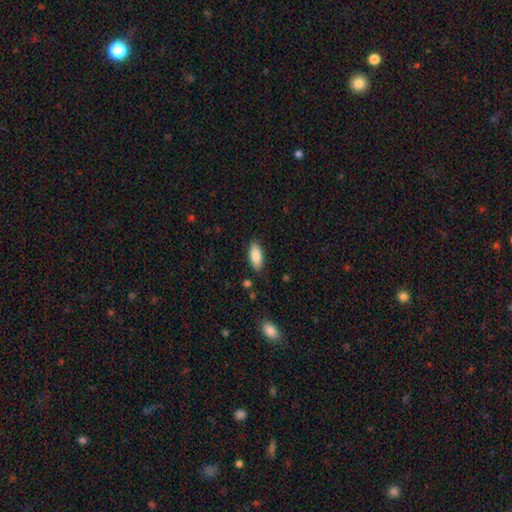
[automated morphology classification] type=smooth (85%); roundness=in between (85%); merging=none (85%).